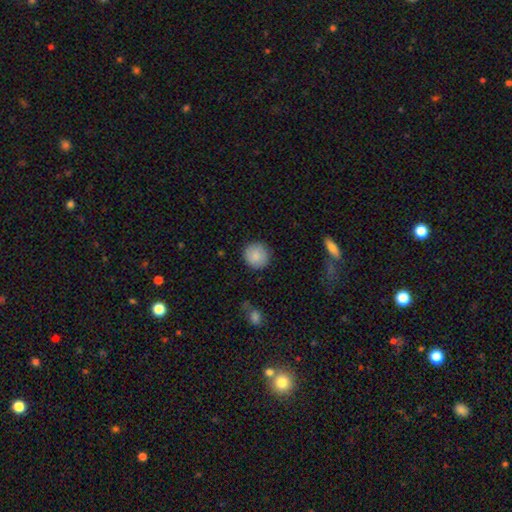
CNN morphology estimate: Smooth or featured? smooth (87%)
How rounded? round (94%)
Merging? none (88%)